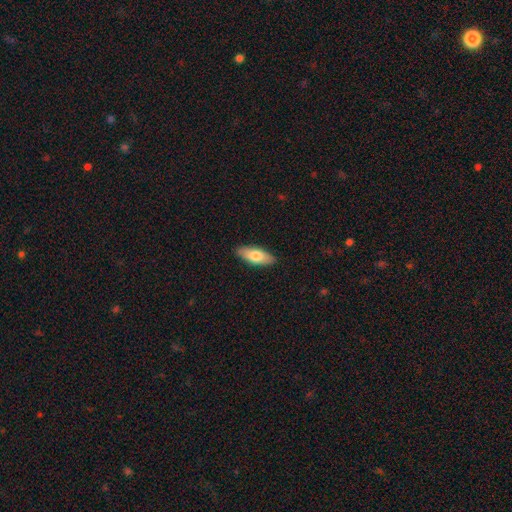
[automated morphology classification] smooth 74%, featured or disk 20%, star or artifact 6%. Down the decision tree: how rounded — in between (73%); merging — none (88%).